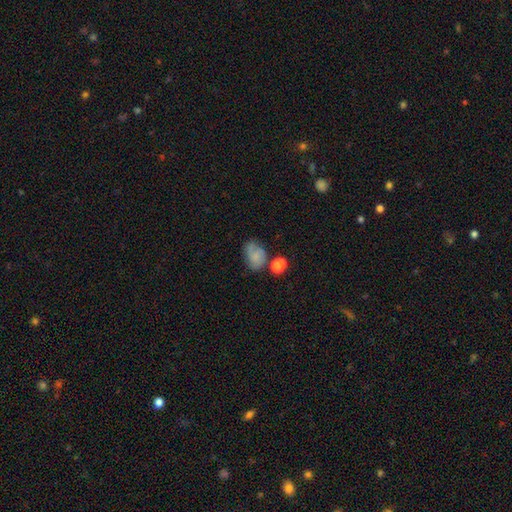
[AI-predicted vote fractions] smooth-or-featured: smooth: 60% | featured or disk: 28% | star or artifact: 12%
  how-rounded: in between: 71% | round: 28% | cigar-shaped: 1%
  merging: none: 45% | minor disturbance: 26% | merger: 16% | major disturbance: 13%